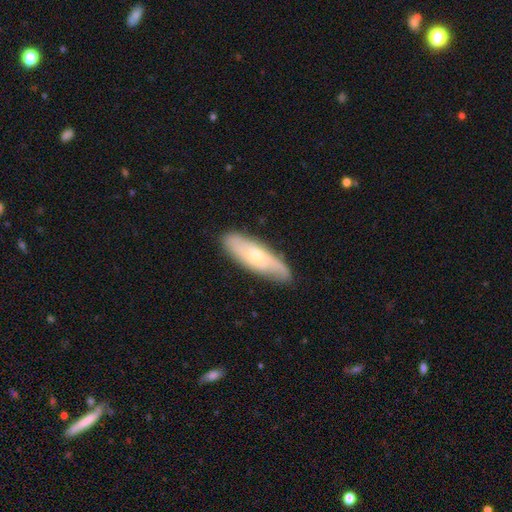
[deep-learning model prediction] Overall: featured or disk (54%; smooth 40%). Edge-on disk: no (70%; yes 30%). Merging: none (80%).